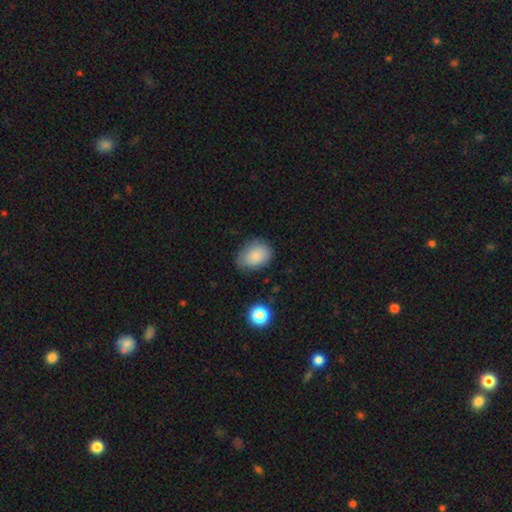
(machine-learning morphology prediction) This is clearly a smooth galaxy (84%). How rounded: likely in between (69%). Merging: likely none (70%).